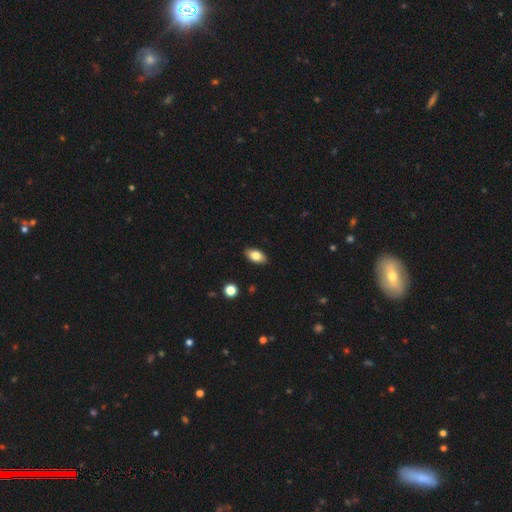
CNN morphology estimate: Overall: smooth (79%). How rounded: in between (91%). Merging: none (89%).